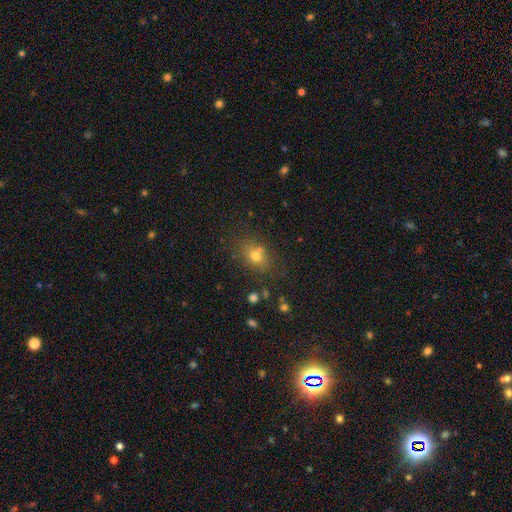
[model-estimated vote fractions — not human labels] A smooth galaxy with no disk features (70%) that is in between round and cigar-shaped (55%). Merging: none (72%).